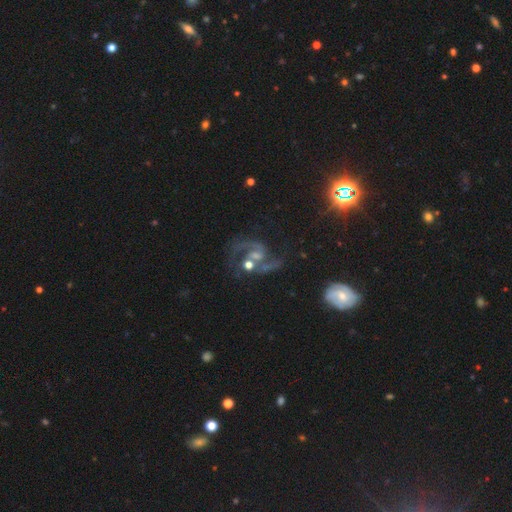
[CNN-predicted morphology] The model was most divided on "spiral winding": medium: 47%, loose: 43%, tight: 10%. Remaining: edge-on disk — no (98%); spiral arms — yes (95%); spiral arm count — 2 (91%); smooth or featured — featured or disk (86%); bulge size — small (49%); merging — none (48%); bar — weak (44%).